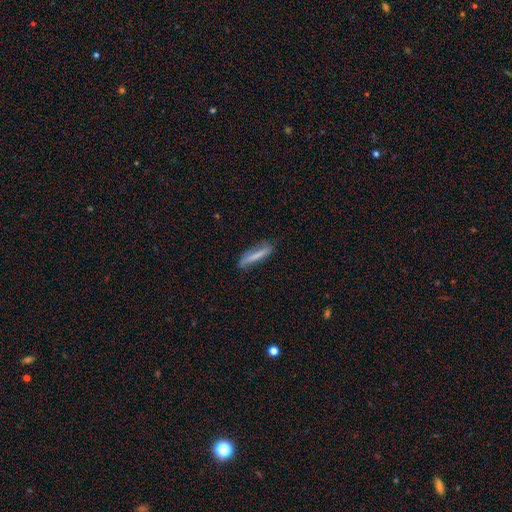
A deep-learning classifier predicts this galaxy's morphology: smooth-or-featured: smooth: 68% | featured or disk: 25% | star or artifact: 7%
  how-rounded: cigar-shaped: 87% | in between: 11% | round: 2%
  merging: none: 74% | minor disturbance: 19% | major disturbance: 5% | merger: 2%